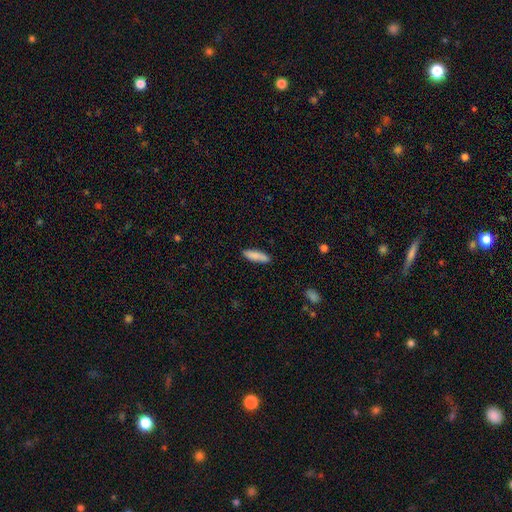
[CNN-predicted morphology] smooth_or_featured: smooth (p=0.86) [alt: featured or disk p=0.08]
how_rounded: cigar-shaped (p=0.64) [alt: in between p=0.35]
merging: none (p=0.87) [alt: minor disturbance p=0.10]